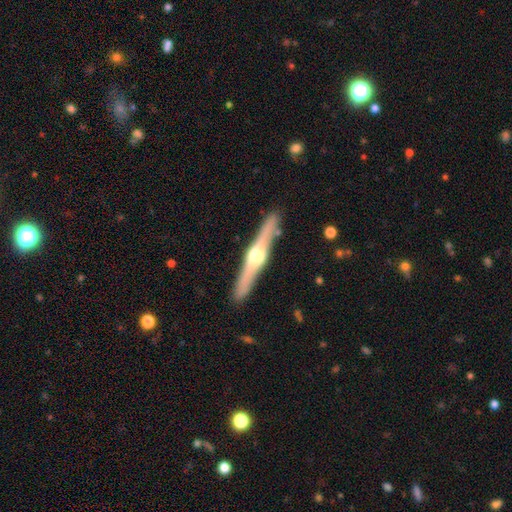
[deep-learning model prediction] Smooth or featured?
  - featured or disk: 75% *
  - smooth: 20%
  - star or artifact: 5%
Edge-on disk?
  - yes: 98% *
  - no: 2%
Edge-on bulge?
  - rounded: 93% *
  - boxy: 4%
  - none: 3%
Merging?
  - none: 89% *
  - minor disturbance: 8%
  - merger: 2%
  - major disturbance: 2%